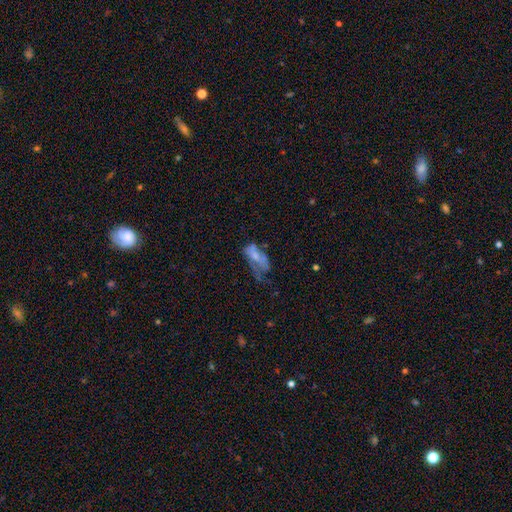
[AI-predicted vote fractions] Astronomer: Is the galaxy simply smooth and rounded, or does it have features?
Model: smooth — 51% (runner-up: featured or disk, 39%).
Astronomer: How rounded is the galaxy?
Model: in between — 86%.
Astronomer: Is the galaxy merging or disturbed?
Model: major disturbance — 48% (runner-up: minor disturbance, 24%).